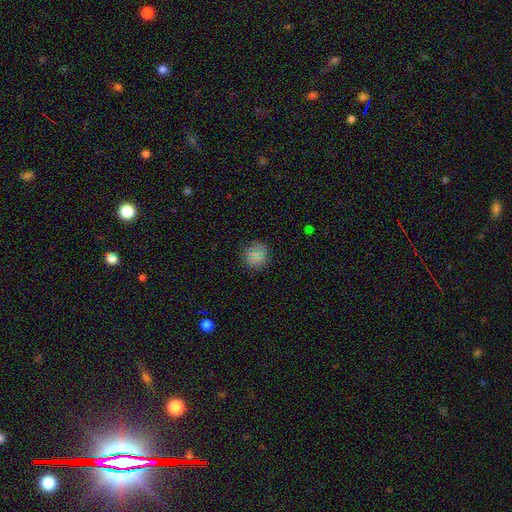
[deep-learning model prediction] Overall: smooth (71%). How rounded: round (91%). Merging: none (87%).